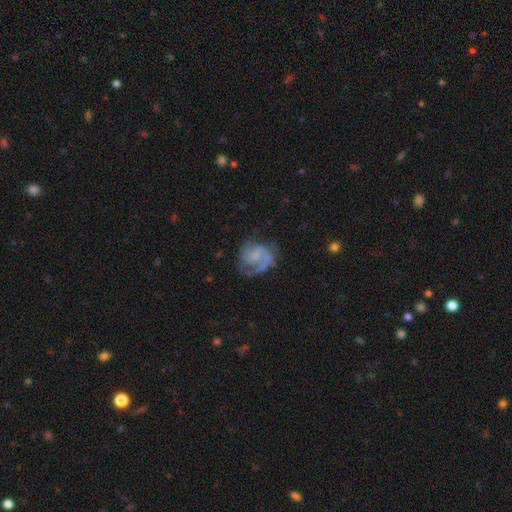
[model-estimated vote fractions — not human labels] The model was most divided on "bulge size": none: 45%, small: 34%, moderate: 16%, large: 4%, dominant: 1%. Remaining: edge-on disk — no (98%); spiral arms — yes (91%); smooth or featured — featured or disk (74%); bar — no (57%); merging — none (54%); spiral arm count — 2 (49%); spiral winding — medium (46%).